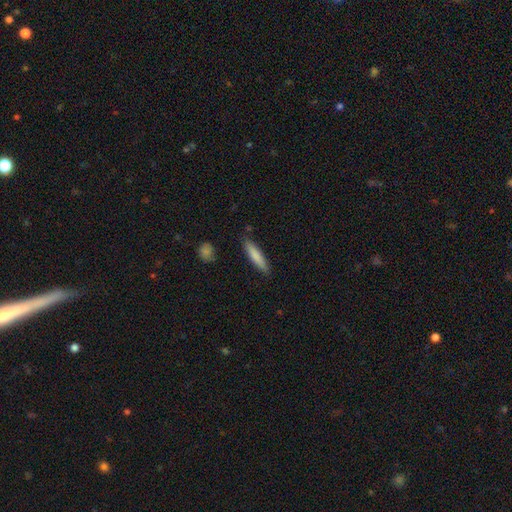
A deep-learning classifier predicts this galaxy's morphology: Smooth or featured? Predicted: smooth (p=0.80). How rounded? Predicted: cigar-shaped (p=0.84). Merging? Predicted: none (p=0.86).